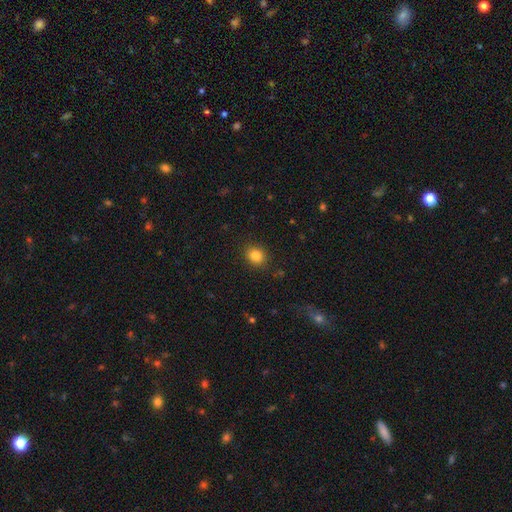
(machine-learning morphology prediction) This appears to be a smooth galaxy with no disk features (84%) that is round (63%). Merging: none (88%).